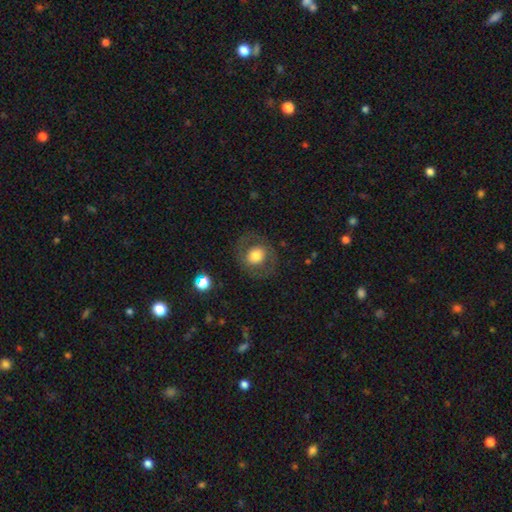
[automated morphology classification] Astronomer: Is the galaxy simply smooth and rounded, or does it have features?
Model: smooth — 58% (runner-up: featured or disk, 33%).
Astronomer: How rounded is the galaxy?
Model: round — 76%.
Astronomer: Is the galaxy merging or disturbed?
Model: none — 79%.